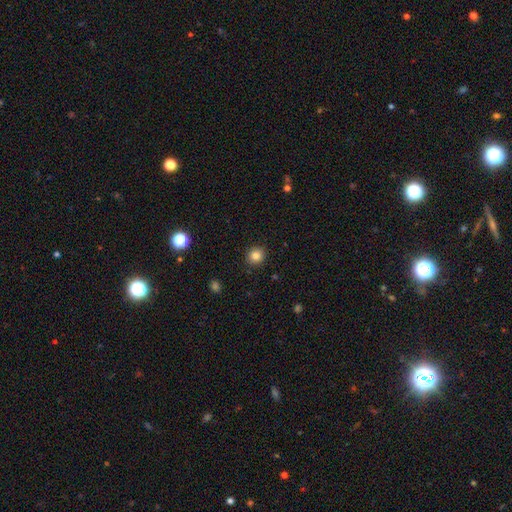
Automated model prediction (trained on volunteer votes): The model was most divided on "smooth or featured": smooth: 83%, star or artifact: 11%, featured or disk: 5%. More confident: merging — none (91%); how rounded — round (88%).